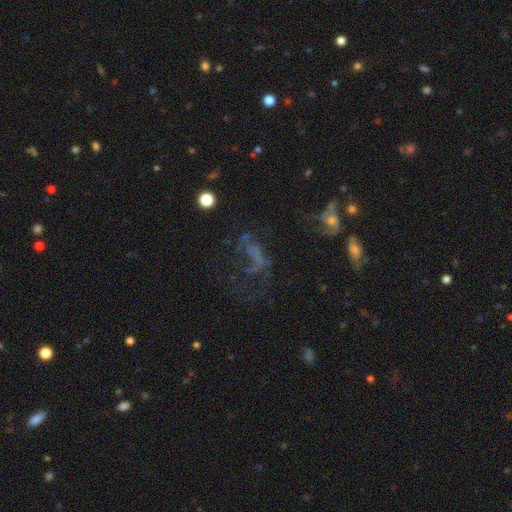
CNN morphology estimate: Smooth or featured? featured or disk (47%)
Merging? major disturbance (42%)